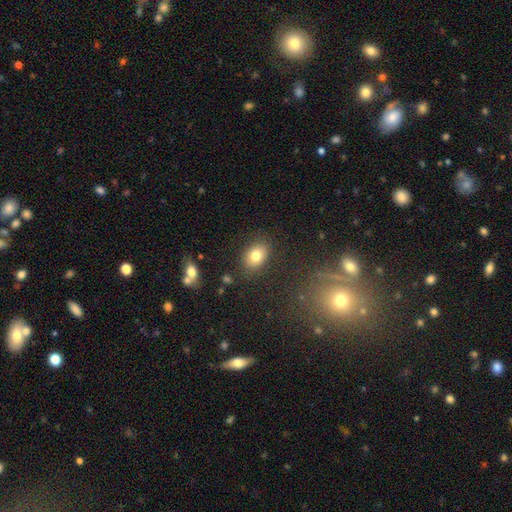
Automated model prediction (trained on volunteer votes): Smooth or featured? Predicted: smooth (p=0.79). How rounded? Predicted: in between (p=0.78). Merging? Predicted: none (p=0.84).